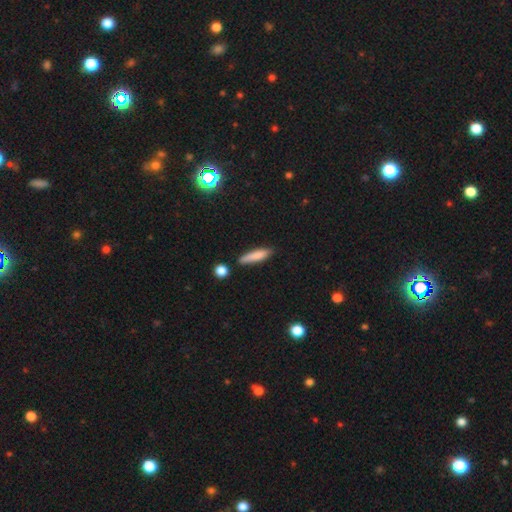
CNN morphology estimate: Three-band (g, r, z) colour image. It shows a smooth galaxy with no disk features (80%) that is cigar-shaped (79%). Merging: none (78%).